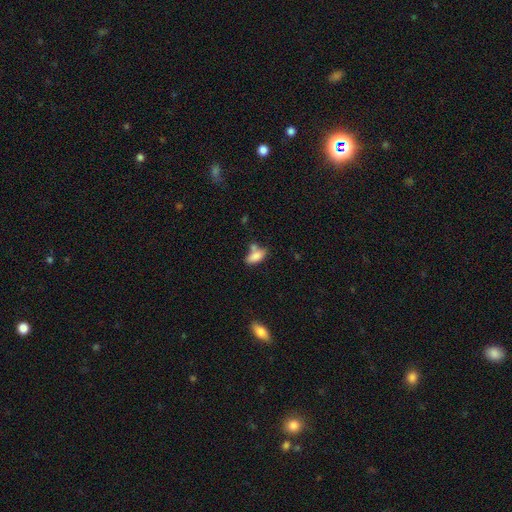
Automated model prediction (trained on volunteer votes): Smooth or featured? smooth (81%)
How rounded? in between (85%)
Merging? none (47%)